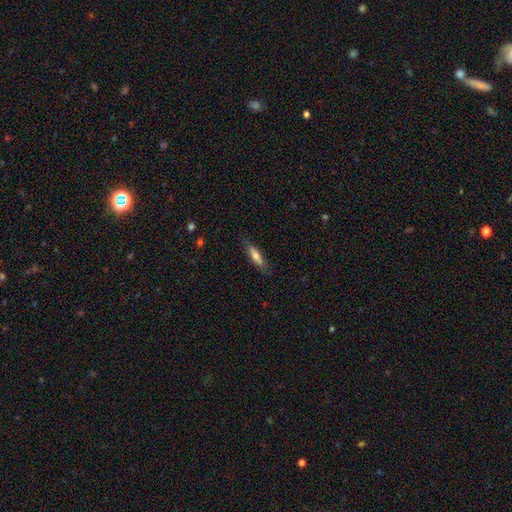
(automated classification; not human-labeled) The model was most divided on "smooth or featured": smooth: 63%, featured or disk: 31%, star or artifact: 6%. More confident: merging — none (81%); how rounded — cigar-shaped (69%).